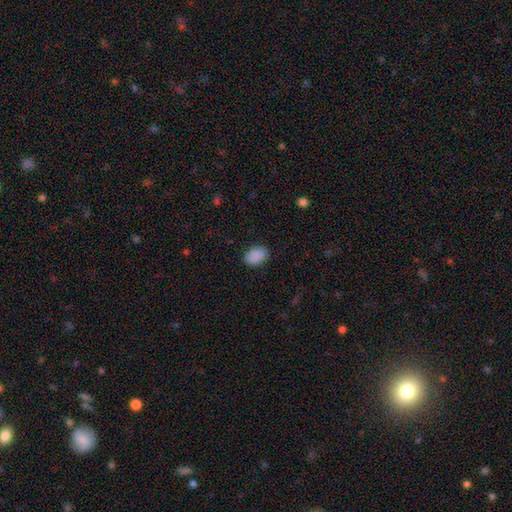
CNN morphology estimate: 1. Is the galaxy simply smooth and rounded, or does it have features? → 90% smooth, 7% star or artifact, 3% featured or disk.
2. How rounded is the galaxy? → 81% in between, 18% round, 1% cigar-shaped.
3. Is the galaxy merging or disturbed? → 87% none, 9% minor disturbance, 2% major disturbance, 1% merger.